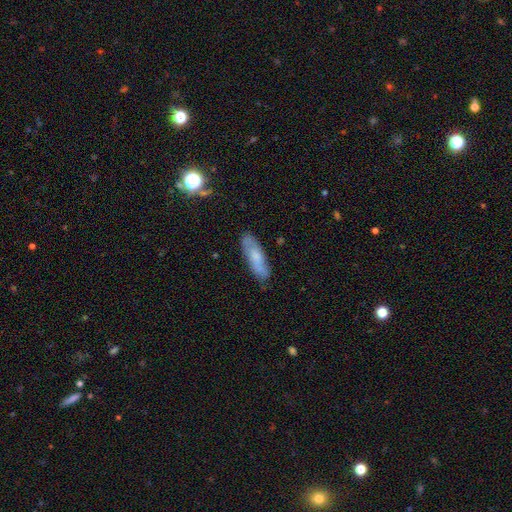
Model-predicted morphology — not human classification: type=smooth (50%); merging=none (80%).